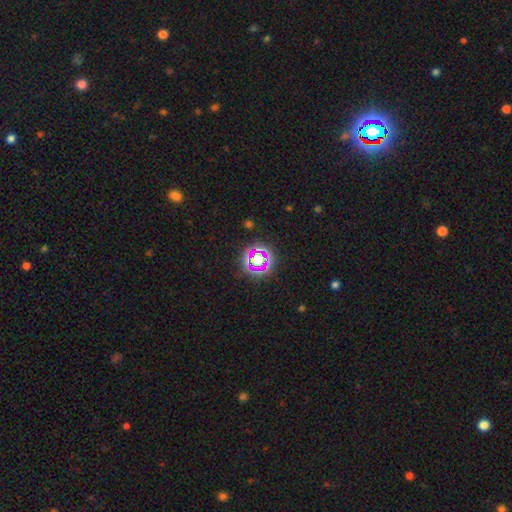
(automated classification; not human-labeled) Q: Smooth or featured?
A: star or artifact (64%); runner-up: smooth (24%)